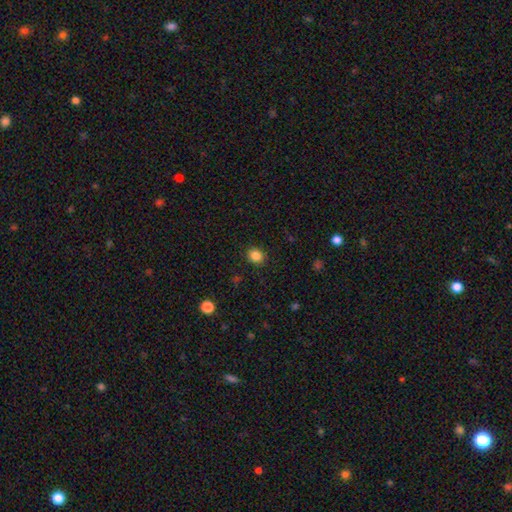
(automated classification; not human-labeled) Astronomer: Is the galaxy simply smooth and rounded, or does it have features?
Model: smooth — 85%.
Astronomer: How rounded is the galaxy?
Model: round — 73%.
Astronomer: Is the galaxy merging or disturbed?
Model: none — 89%.